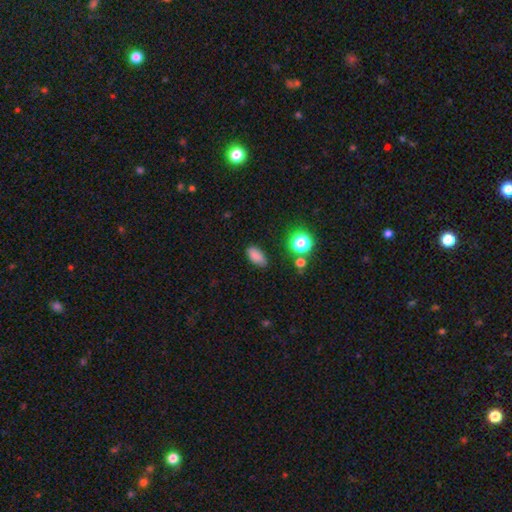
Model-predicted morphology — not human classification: Q: Smooth or featured?
A: smooth (82%); runner-up: star or artifact (12%)
Q: How rounded?
A: in between (88%); runner-up: round (7%)
Q: Merging?
A: none (79%); runner-up: minor disturbance (15%)